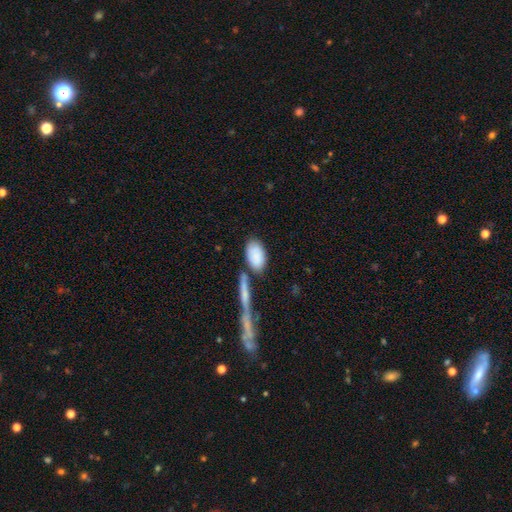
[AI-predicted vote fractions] Overall: smooth (84%). How rounded: in between (92%). Merging: none (61%).